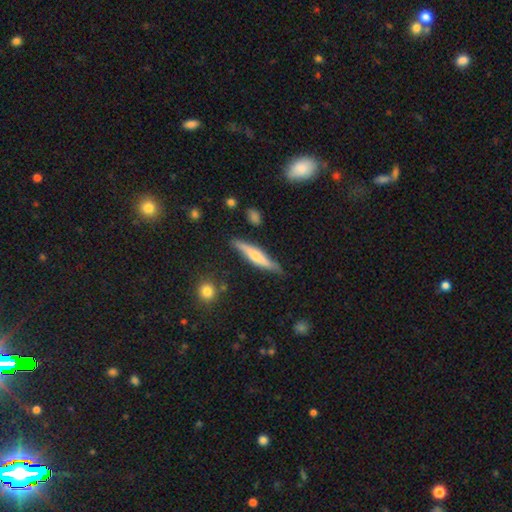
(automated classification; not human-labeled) smooth-or-featured: featured or disk: 51% | smooth: 43% | star or artifact: 6%
  disk-edge-on: yes: 92% | no: 8%
  merging: none: 80% | minor disturbance: 15% | major disturbance: 3% | merger: 2%